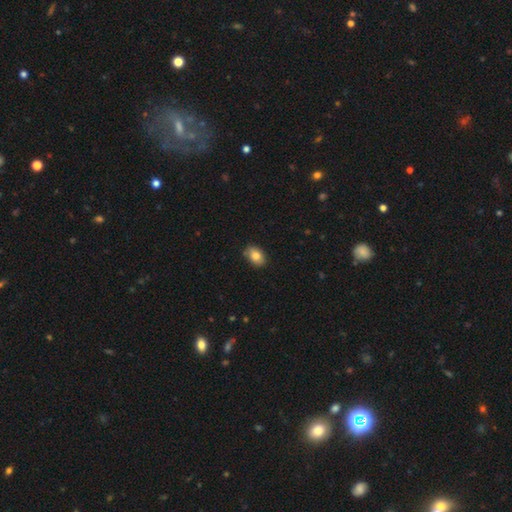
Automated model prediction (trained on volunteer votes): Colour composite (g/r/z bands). It shows a smooth galaxy with no disk features (82%) that is in between round and cigar-shaped (81%). Merging: none (84%).